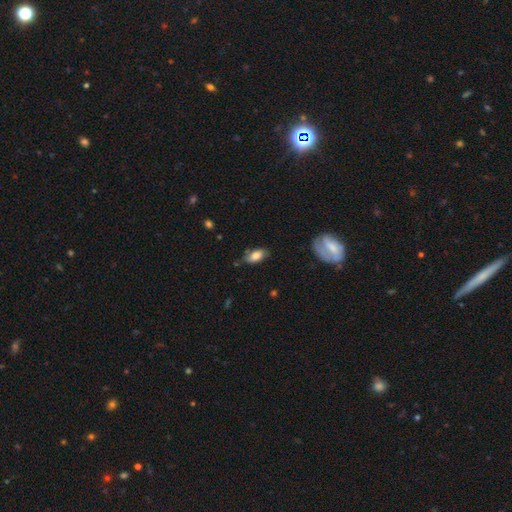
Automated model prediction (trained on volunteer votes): A smooth galaxy with no disk features (75%) that is in between round and cigar-shaped (87%). Merging: none (64%).